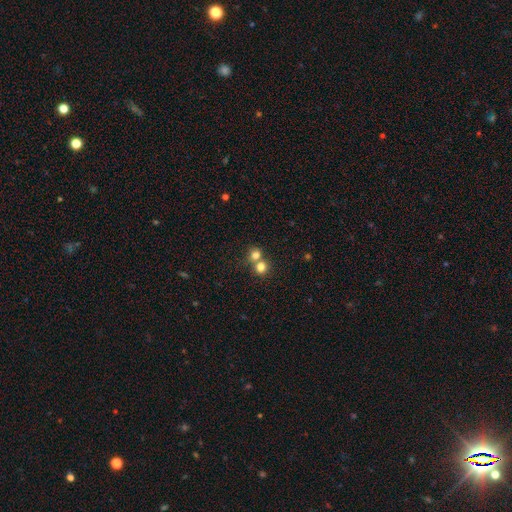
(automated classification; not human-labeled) Smooth or featured? smooth (78%)
How rounded? round (81%)
Merging? merger (51%)